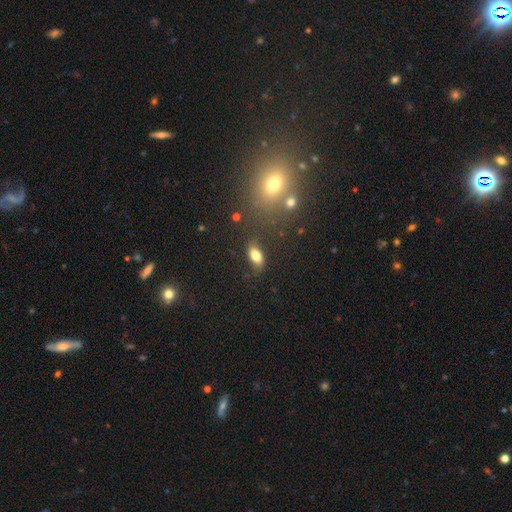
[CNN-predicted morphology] smooth 74%, featured or disk 17%, star or artifact 9%. Down the decision tree: how rounded — in between (86%); merging — none (71%).